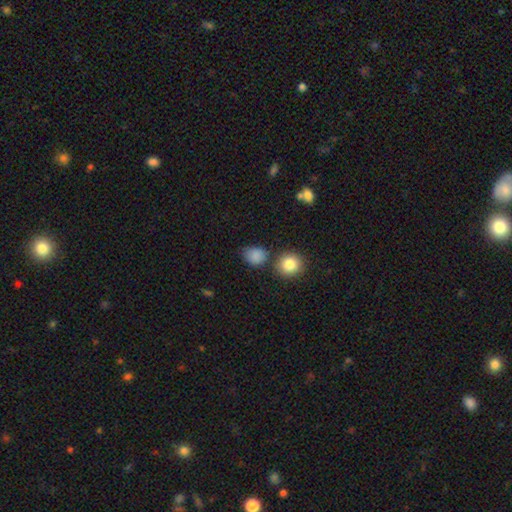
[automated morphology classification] Smooth or featured?
  - smooth: 85% *
  - star or artifact: 10%
  - featured or disk: 5%
How rounded?
  - round: 53% *
  - in between: 46%
  - cigar-shaped: 1%
Merging?
  - none: 65% *
  - minor disturbance: 19%
  - merger: 10%
  - major disturbance: 6%